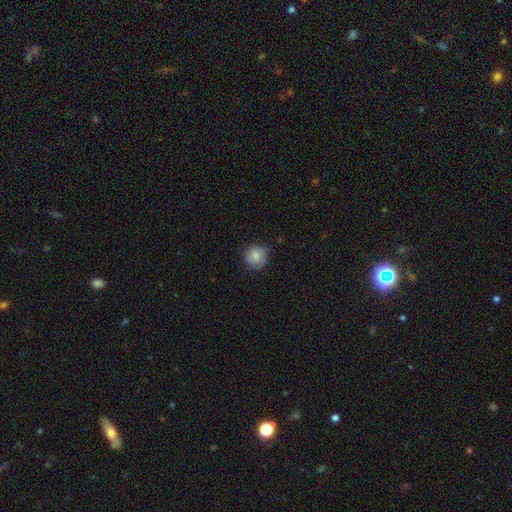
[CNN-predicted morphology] Q: Smooth or featured?
A: smooth (74%); runner-up: featured or disk (18%)
Q: How rounded?
A: round (89%); runner-up: in between (10%)
Q: Merging?
A: none (75%); runner-up: minor disturbance (20%)